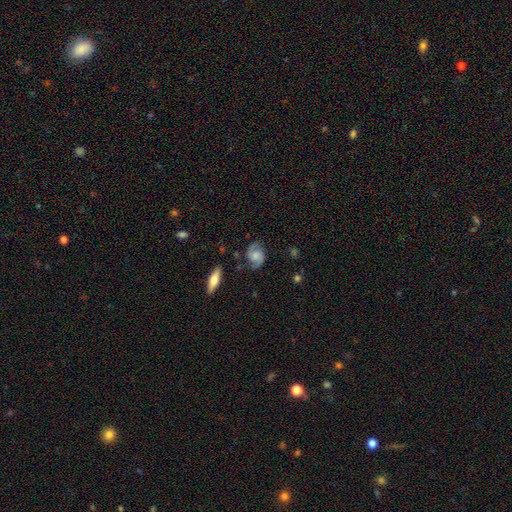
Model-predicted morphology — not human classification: A featured or disk galaxy (72%) with no bar (59%), 2 (91%) medium (50%) spiral arms (95%) and no central bulge (33%).

Vote fractions:
- Smooth or featured? featured or disk: 72% / smooth: 21% / star or artifact: 7%
- Edge-on disk? no: 97% / yes: 3%
- Bar? no: 59% / weak: 34% / strong: 7%
- Spiral arms? yes: 95% / no: 5%
- Spiral winding? medium: 50% / tight: 25% / loose: 25%
- Spiral arm count? 2: 91% / can't tell: 4% / 1: 2% / 3: 1% / 4: 1% / more than 4: 1%
- Bulge size? none: 33% / moderate: 26% / small: 22% / large: 16% / dominant: 3%
- Merging? none: 75% / minor disturbance: 17% / major disturbance: 5% / merger: 2%